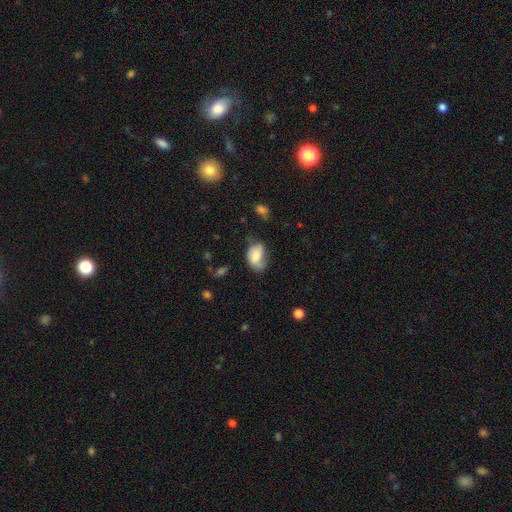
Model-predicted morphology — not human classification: This appears to be a smooth galaxy with no disk features (73%) that is in between round and cigar-shaped (86%). Merging: minor disturbance (38%).